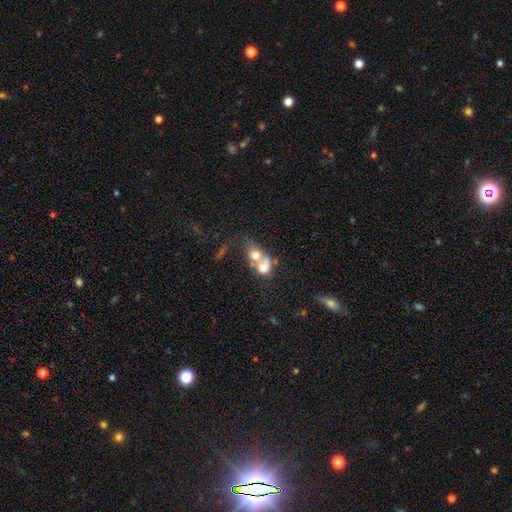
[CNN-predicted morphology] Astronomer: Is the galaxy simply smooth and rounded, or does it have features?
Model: smooth — 61%.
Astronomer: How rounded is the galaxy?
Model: in between — 54% (runner-up: round, 43%).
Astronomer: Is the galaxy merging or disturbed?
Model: merger — 69%.